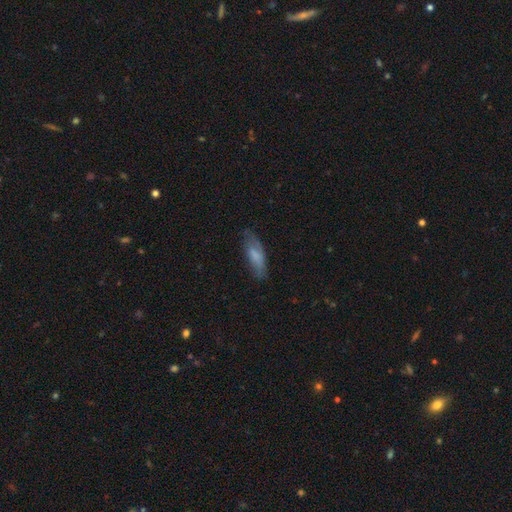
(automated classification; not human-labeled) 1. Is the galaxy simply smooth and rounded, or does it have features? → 69% smooth, 24% featured or disk, 7% star or artifact.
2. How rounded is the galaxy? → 60% in between, 38% cigar-shaped, 2% round.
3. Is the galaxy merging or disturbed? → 67% none, 24% minor disturbance, 8% major disturbance, 2% merger.